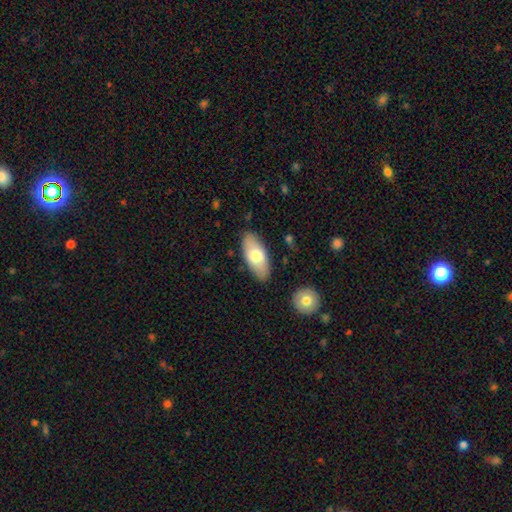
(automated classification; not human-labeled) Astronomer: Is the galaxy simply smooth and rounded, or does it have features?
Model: smooth — 71%.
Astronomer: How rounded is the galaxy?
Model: in between — 88%.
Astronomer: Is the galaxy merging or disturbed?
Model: none — 85%.